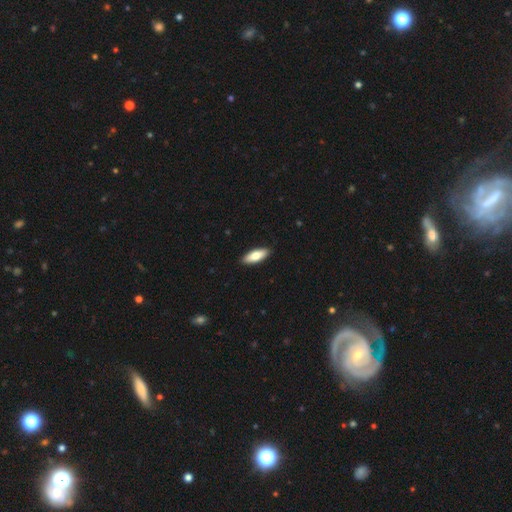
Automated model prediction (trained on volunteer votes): Smooth or featured? smooth (77%)
How rounded? in between (71%)
Merging? none (90%)